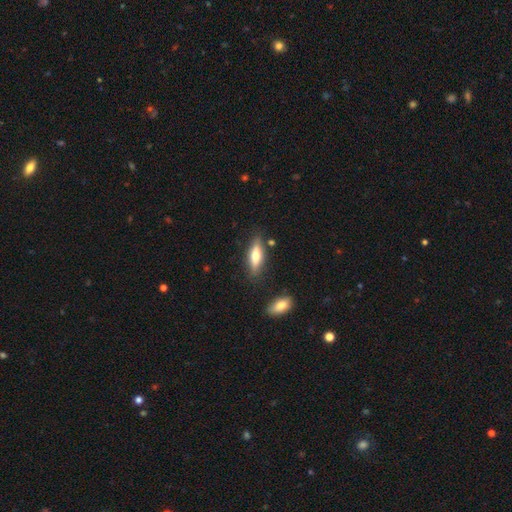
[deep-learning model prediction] Smooth or featured: smooth — 58% (featured or disk — 36%)
How rounded: cigar-shaped — 53% (in between — 45%)
Merging: none — 81% (minor disturbance — 12%)